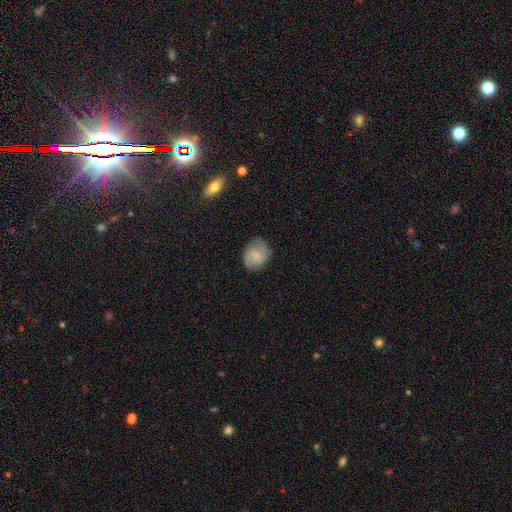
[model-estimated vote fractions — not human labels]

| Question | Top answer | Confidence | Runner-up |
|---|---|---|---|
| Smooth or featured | smooth | 51% | featured or disk (40%) |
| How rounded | round | 54% | in between (44%) |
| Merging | none | 73% | minor disturbance (20%) |